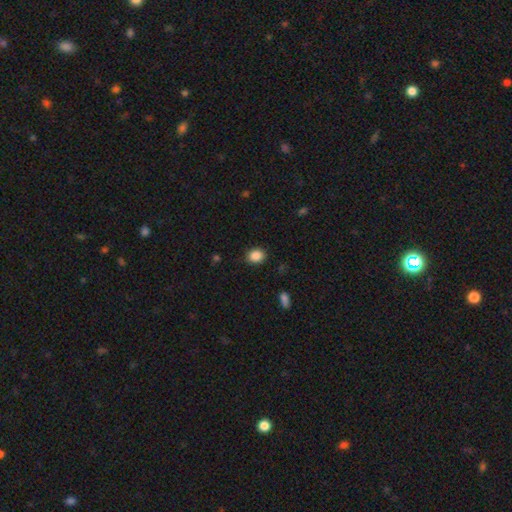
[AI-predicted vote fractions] The model was most divided on "how rounded": round: 57%, in between: 42%, cigar-shaped: 1%. More confident: smooth or featured — smooth (87%); merging — none (86%).